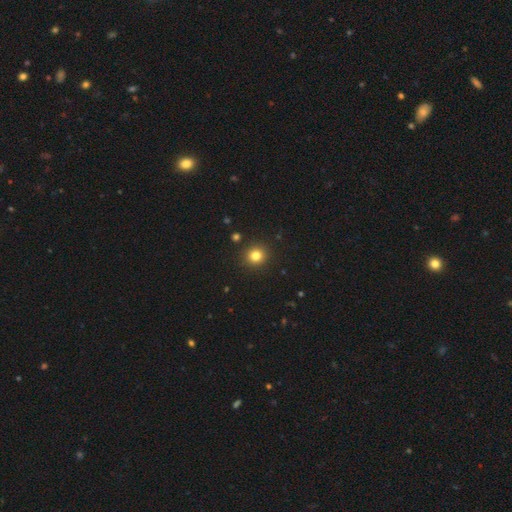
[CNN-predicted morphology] A smooth galaxy with no disk features (81%) that is round (88%). Merging: none (91%).